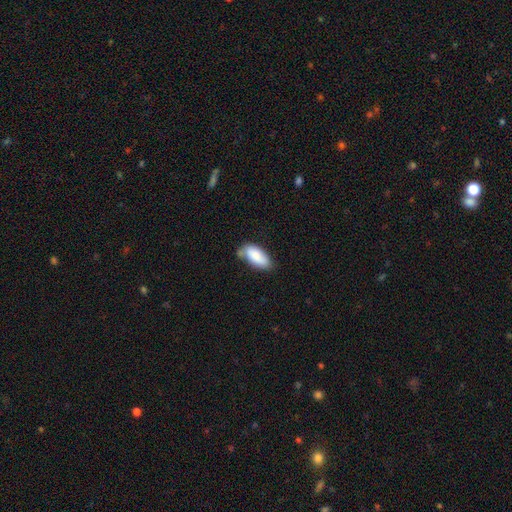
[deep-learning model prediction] This is clearly a smooth galaxy (82%). How rounded: clearly in between (90%). Merging: possibly none (59%).